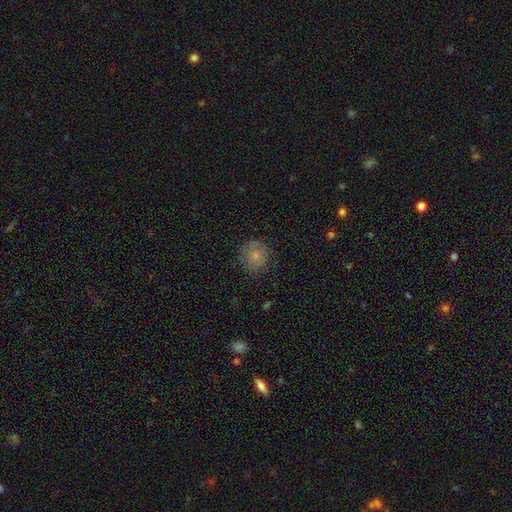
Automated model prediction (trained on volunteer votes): smooth_or_featured: smooth (p=0.76) [alt: featured or disk p=0.15]
how_rounded: round (p=0.85) [alt: in between p=0.14]
merging: none (p=0.76) [alt: minor disturbance p=0.18]